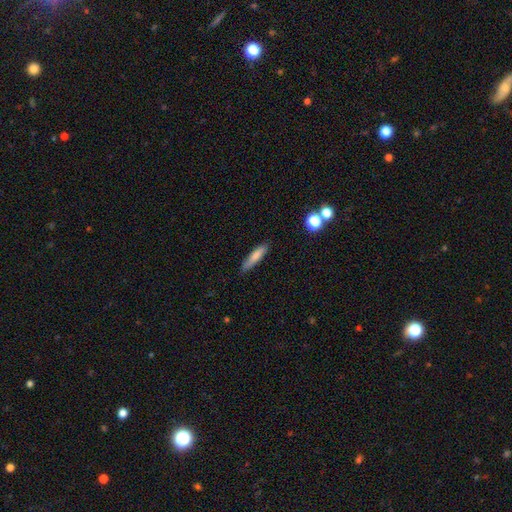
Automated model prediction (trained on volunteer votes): Morphology: type=smooth (77%); roundness=cigar-shaped (84%); merging=none (84%).